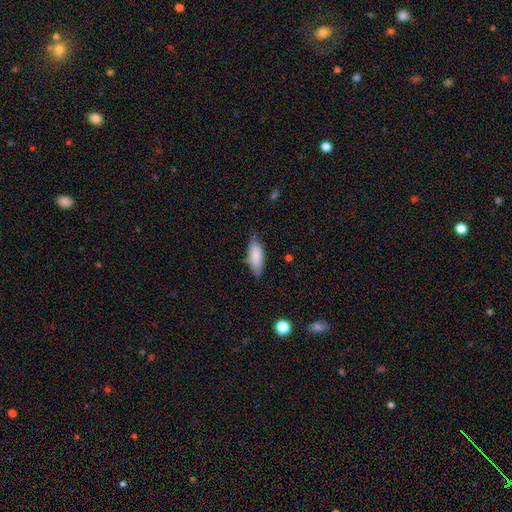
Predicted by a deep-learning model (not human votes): Overall: smooth (82%). How rounded: in between (68%; cigar-shaped 30%). Merging: none (68%).